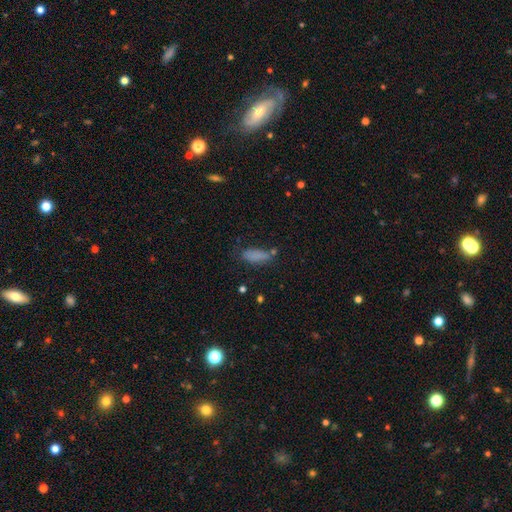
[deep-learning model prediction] smooth_or_featured: smooth (p=0.79) [alt: star or artifact p=0.12]
how_rounded: in between (p=0.70) [alt: cigar-shaped p=0.27]
merging: none (p=0.58) [alt: minor disturbance p=0.25]